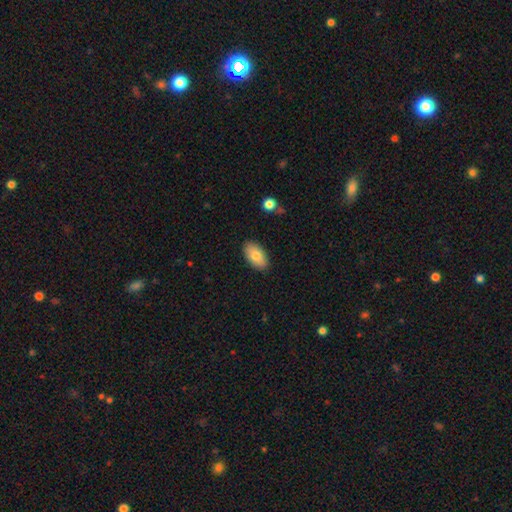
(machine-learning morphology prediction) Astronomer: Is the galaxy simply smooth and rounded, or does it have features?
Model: smooth — 80%.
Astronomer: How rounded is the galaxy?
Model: in between — 94%.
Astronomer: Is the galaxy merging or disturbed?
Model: none — 87%.